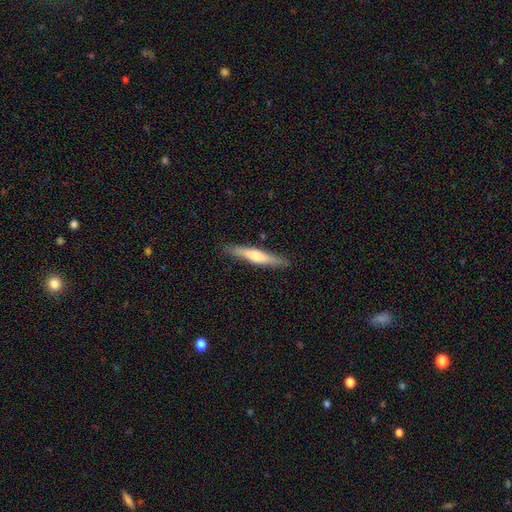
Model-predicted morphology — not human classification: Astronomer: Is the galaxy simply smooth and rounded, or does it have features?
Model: featured or disk — 49% (runner-up: smooth, 45%).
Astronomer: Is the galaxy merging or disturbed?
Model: none — 89%.